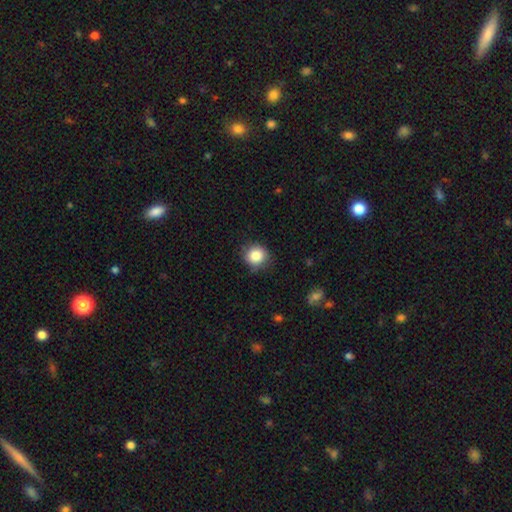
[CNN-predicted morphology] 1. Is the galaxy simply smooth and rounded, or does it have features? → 85% smooth, 10% star or artifact, 6% featured or disk.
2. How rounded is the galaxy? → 89% round, 10% in between, 1% cigar-shaped.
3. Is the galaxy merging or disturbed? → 80% none, 15% minor disturbance, 3% major disturbance, 1% merger.